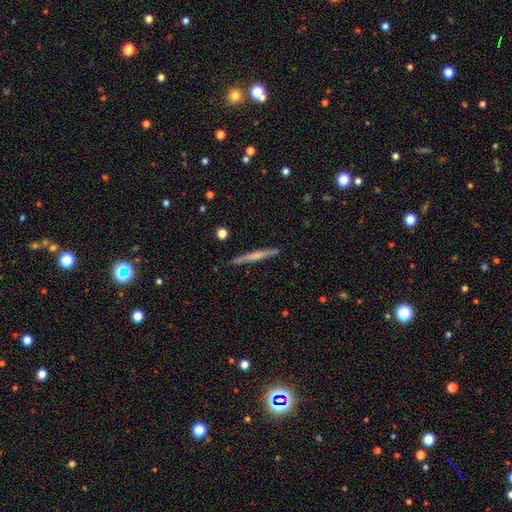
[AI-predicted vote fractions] The model was most divided on "smooth or featured": featured or disk: 48%, smooth: 46%, star or artifact: 6%. More confident: merging — none (90%).